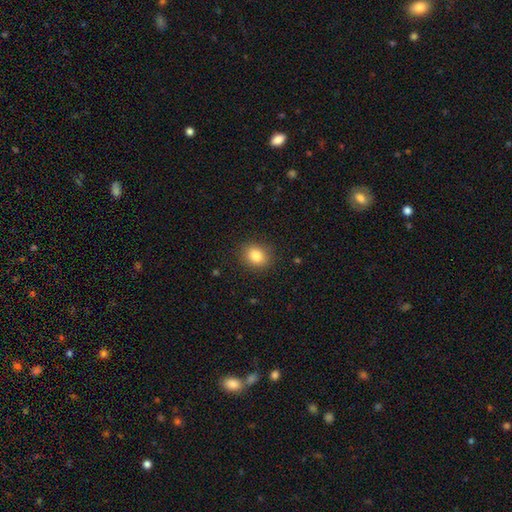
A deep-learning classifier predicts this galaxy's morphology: Smooth or featured? smooth (84%)
How rounded? round (57%)
Merging? none (88%)